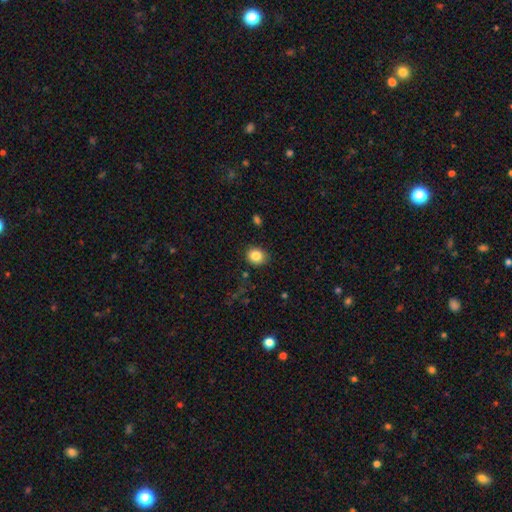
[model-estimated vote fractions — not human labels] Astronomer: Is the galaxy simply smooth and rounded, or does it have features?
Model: smooth — 85%.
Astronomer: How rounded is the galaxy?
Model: round — 63%.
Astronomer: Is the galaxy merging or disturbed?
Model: none — 85%.